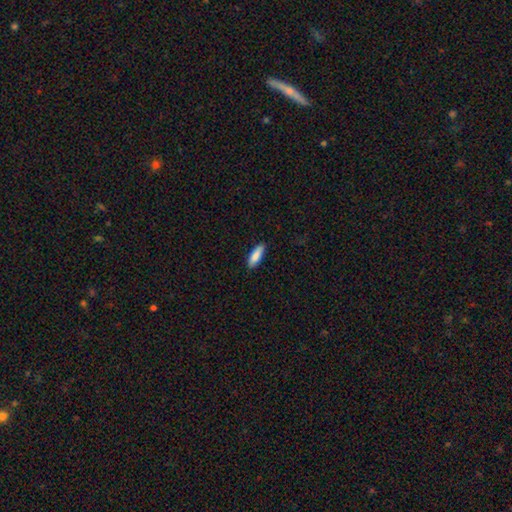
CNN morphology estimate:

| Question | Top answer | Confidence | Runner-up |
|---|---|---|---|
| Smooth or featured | smooth | 87% | featured or disk (7%) |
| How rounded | in between | 57% | cigar-shaped (41%) |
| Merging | none | 87% | minor disturbance (10%) |